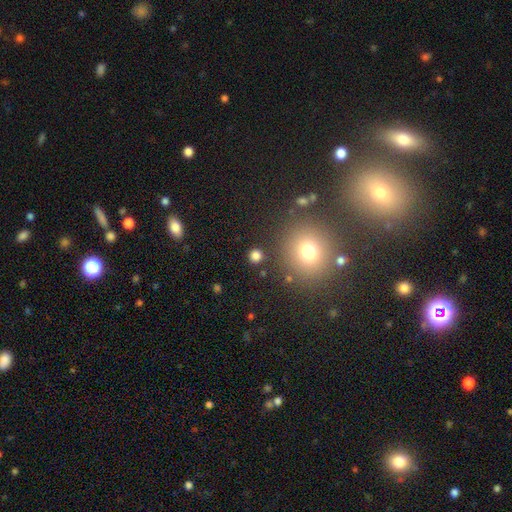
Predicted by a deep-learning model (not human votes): Smooth or featured? smooth (79%)
How rounded? round (91%)
Merging? none (88%)